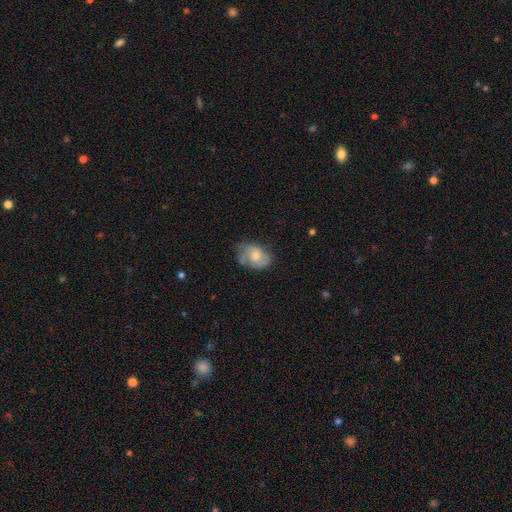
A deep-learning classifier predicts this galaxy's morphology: A smooth galaxy with no disk features (59%) that is in between round and cigar-shaped (80%).

Vote fractions:
- Smooth or featured? smooth: 59% / featured or disk: 34% / star or artifact: 7%
- How rounded? in between: 80% / round: 19% / cigar-shaped: 1%
- Merging? none: 48% / minor disturbance: 35% / major disturbance: 13% / merger: 3%